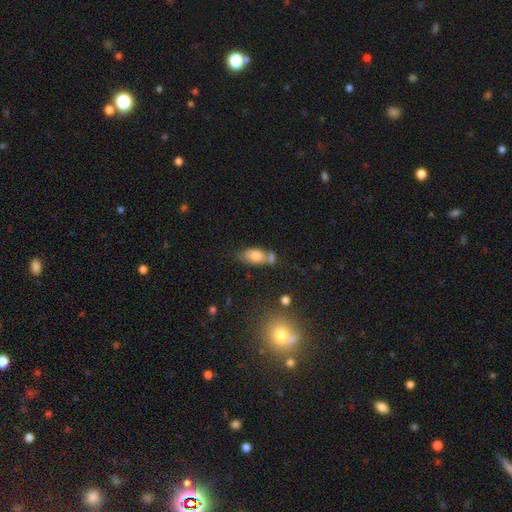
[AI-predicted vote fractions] A smooth galaxy with no disk features (74%) that is in between round and cigar-shaped (87%).

Vote fractions:
- Smooth or featured? smooth: 74% / featured or disk: 17% / star or artifact: 9%
- How rounded? in between: 87% / cigar-shaped: 7% / round: 6%
- Merging? none: 44% / merger: 30% / minor disturbance: 19% / major disturbance: 7%